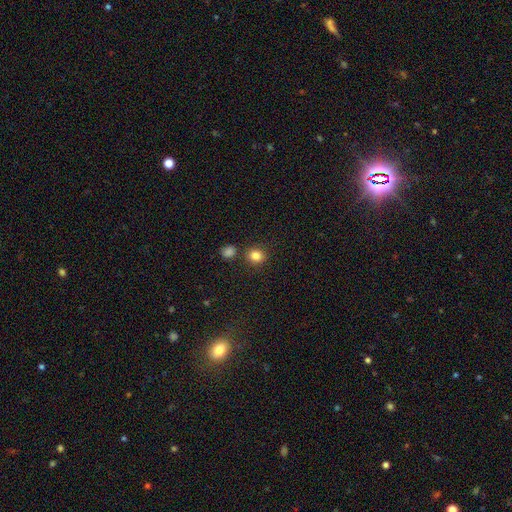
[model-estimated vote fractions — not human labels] Smooth or featured? smooth (83%)
How rounded? round (78%)
Merging? none (82%)